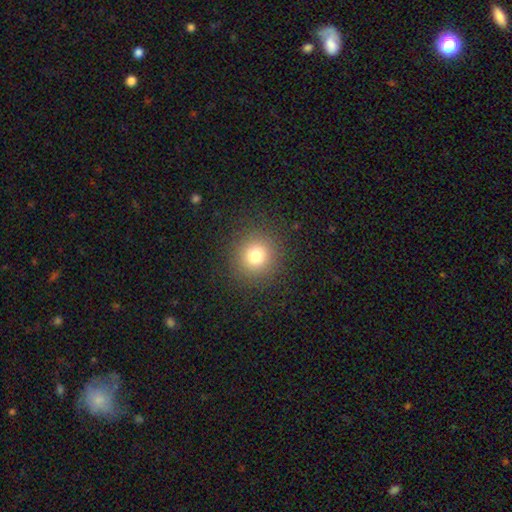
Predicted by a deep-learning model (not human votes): smooth 77%, star or artifact 14%, featured or disk 9%. Down the decision tree: how rounded — round (93%); merging — none (89%).